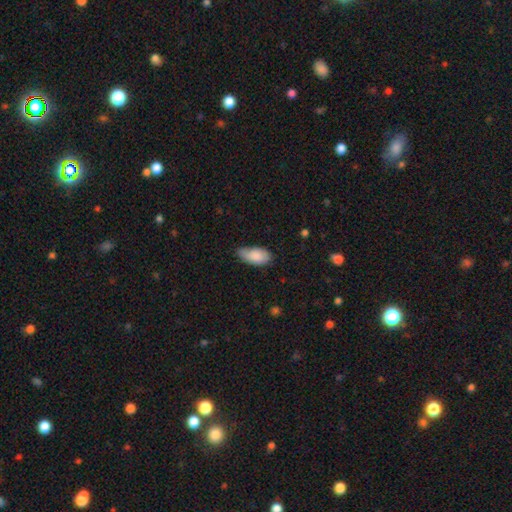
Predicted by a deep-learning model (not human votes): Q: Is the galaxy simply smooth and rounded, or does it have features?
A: smooth — 86%.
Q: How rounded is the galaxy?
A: in between — 93%.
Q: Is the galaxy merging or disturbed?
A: none — 59%.